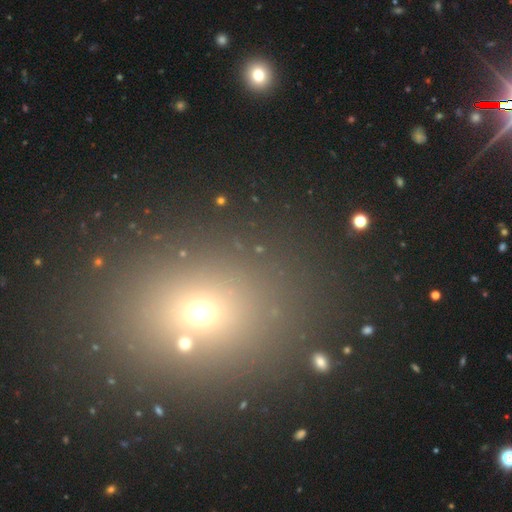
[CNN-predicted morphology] This is possibly a smooth galaxy (55%). How rounded: possibly round (56%). Merging: clearly none (82%).